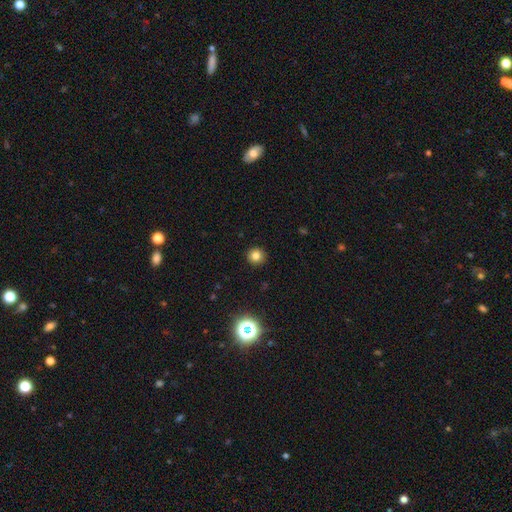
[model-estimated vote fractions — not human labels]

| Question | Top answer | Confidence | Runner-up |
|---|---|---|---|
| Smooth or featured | smooth | 80% | star or artifact (14%) |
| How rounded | round | 94% | in between (5%) |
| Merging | none | 92% | minor disturbance (5%) |